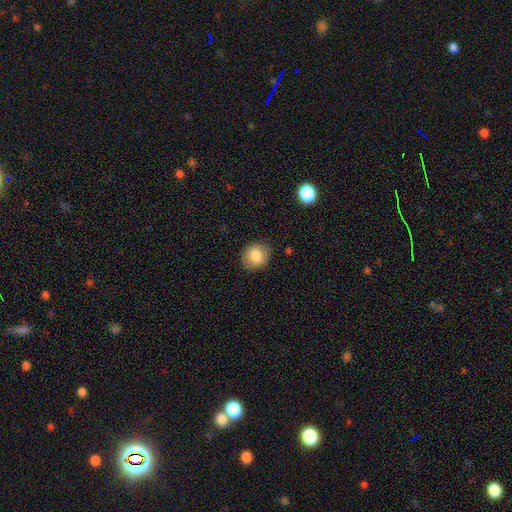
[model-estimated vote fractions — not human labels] This appears to be a smooth galaxy with no disk features (82%) that is round (70%). Merging: none (86%).